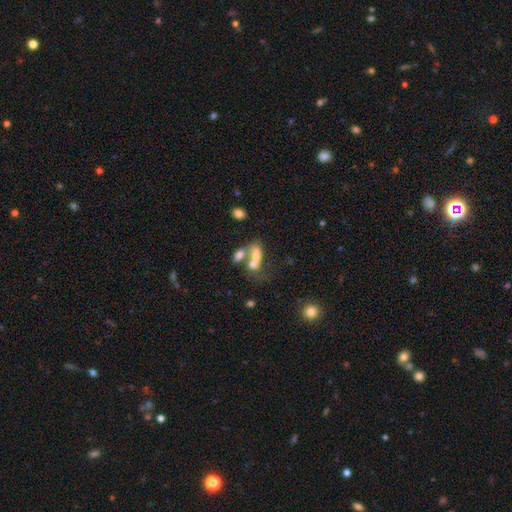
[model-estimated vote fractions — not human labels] A smooth galaxy with no disk features (64%) that is in between round and cigar-shaped (79%).

Vote fractions:
- Smooth or featured? smooth: 64% / featured or disk: 24% / star or artifact: 12%
- How rounded? in between: 79% / round: 12% / cigar-shaped: 9%
- Merging? merger: 61% / none: 21% / major disturbance: 9% / minor disturbance: 8%